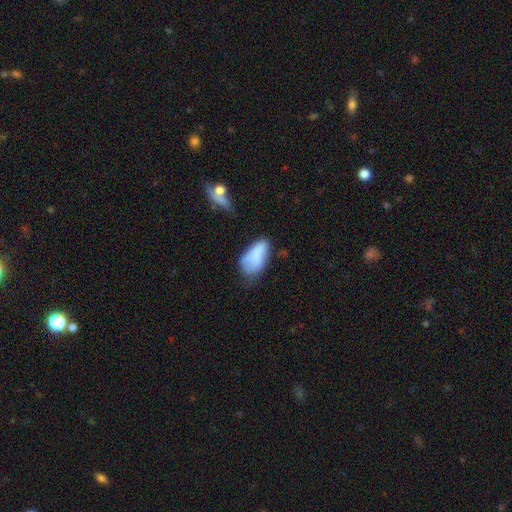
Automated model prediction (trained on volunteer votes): A smooth galaxy with no disk features (78%) that is in between round and cigar-shaped (93%).

Vote fractions:
- Smooth or featured? smooth: 78% / featured or disk: 14% / star or artifact: 8%
- How rounded? in between: 93% / round: 3% / cigar-shaped: 3%
- Merging? none: 40% / minor disturbance: 37% / major disturbance: 17% / merger: 6%